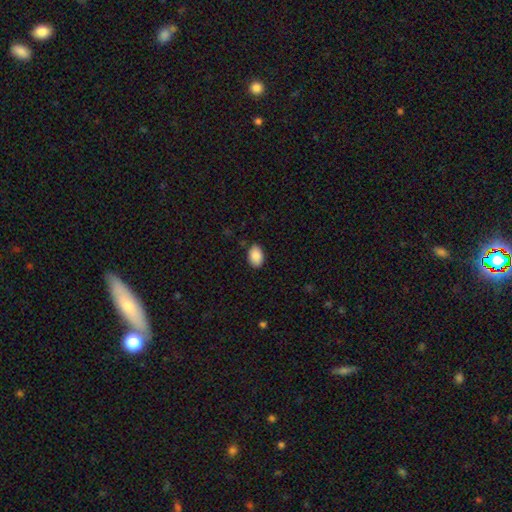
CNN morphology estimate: This appears to be a smooth galaxy with no disk features (89%) that is in between round and cigar-shaped (87%). Merging: none (87%).